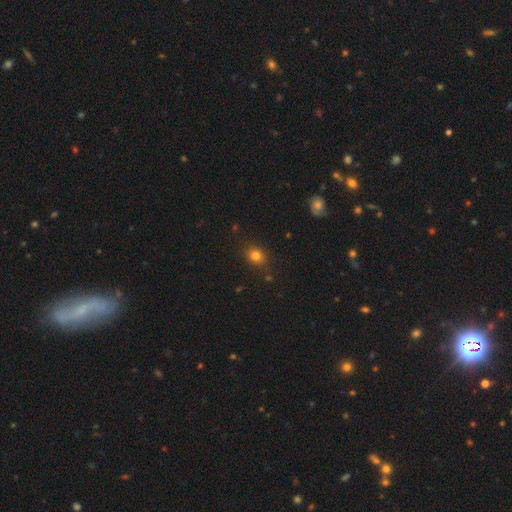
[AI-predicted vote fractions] Smooth or featured? Predicted: smooth (p=0.80). How rounded? Predicted: round (p=0.68). Merging? Predicted: none (p=0.85).